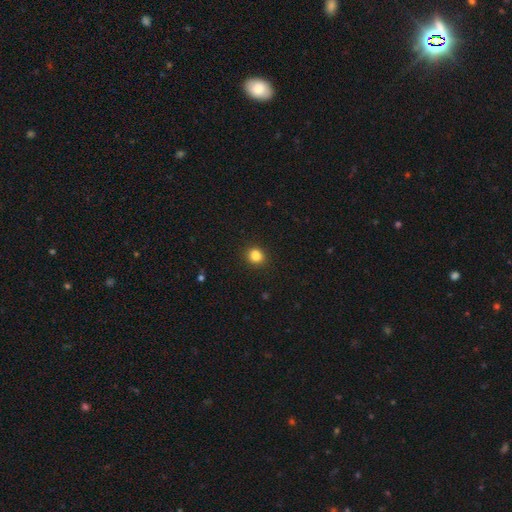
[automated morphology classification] This appears to be a smooth galaxy with no disk features (84%) that is round (80%). Merging: none (90%).